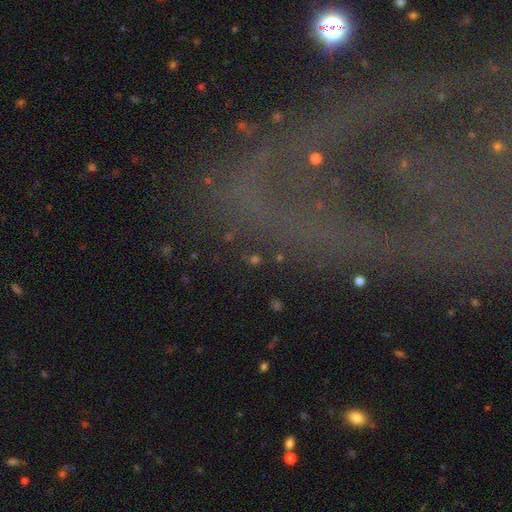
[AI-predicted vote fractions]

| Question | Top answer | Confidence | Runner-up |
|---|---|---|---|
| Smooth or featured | star or artifact | 48% | featured or disk (31%) |